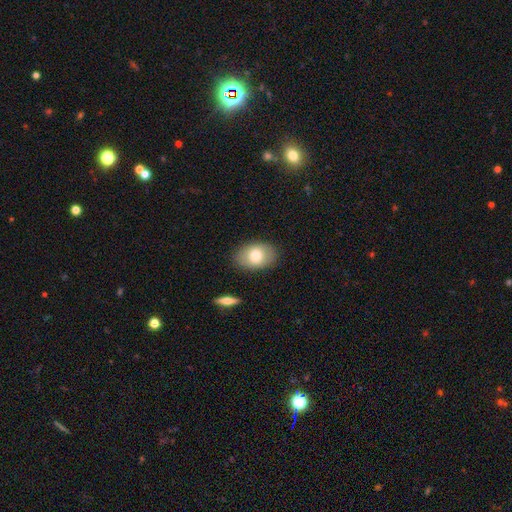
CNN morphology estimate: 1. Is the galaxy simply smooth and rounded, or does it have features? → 77% smooth, 16% featured or disk, 7% star or artifact.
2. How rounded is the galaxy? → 84% in between, 15% round, 1% cigar-shaped.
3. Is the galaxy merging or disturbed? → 84% none, 11% minor disturbance, 3% major disturbance, 2% merger.